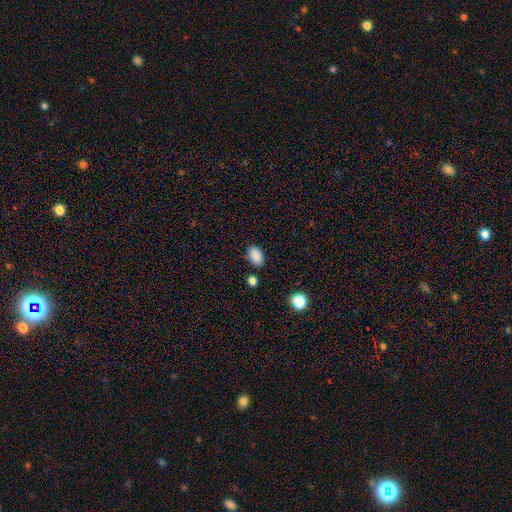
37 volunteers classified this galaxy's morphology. Overall: smooth (86%). How rounded: in between (91%). Merging: none (85%).